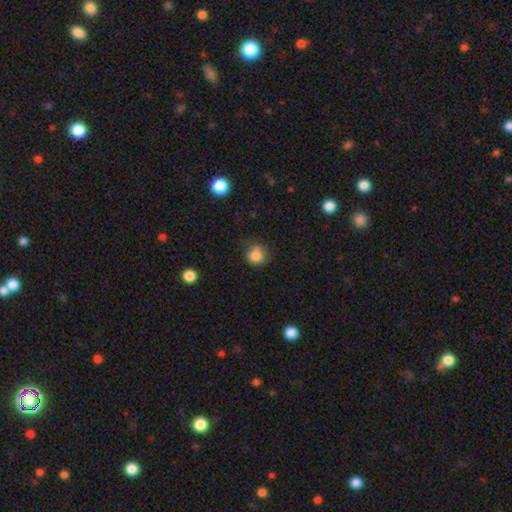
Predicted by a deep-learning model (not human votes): The model was most divided on "merging": none: 58%, minor disturbance: 27%, major disturbance: 9%, merger: 6%. More confident: smooth or featured — smooth (82%); how rounded — round (81%).